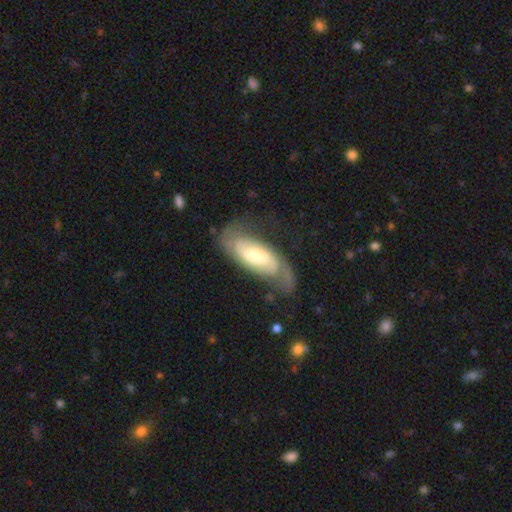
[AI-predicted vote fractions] Smooth or featured: featured or disk — 71% (smooth — 23%)
Edge-on disk: no — 91% (yes — 9%)
Bar: no — 45% (weak — 39%)
Spiral arms: yes — 90% (no — 10%)
Spiral winding: medium — 42% (loose — 30%)
Spiral arm count: 2 — 76% (can't tell — 13%)
Bulge size: moderate — 54% (small — 30%)
Merging: none — 56% (minor disturbance — 24%)